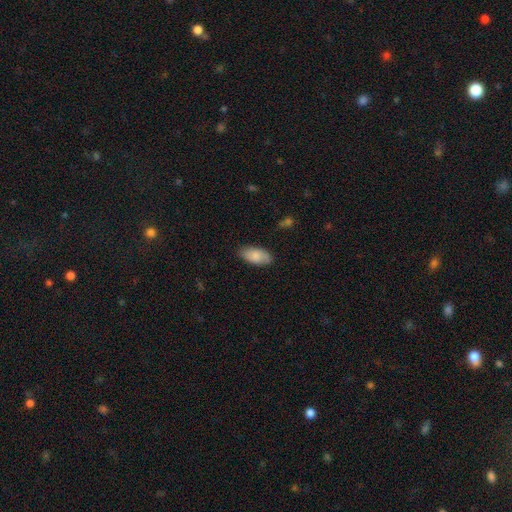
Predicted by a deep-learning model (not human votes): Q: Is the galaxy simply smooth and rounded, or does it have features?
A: smooth — 85%.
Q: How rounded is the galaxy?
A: in between — 92%.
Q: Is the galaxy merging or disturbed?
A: none — 84%.